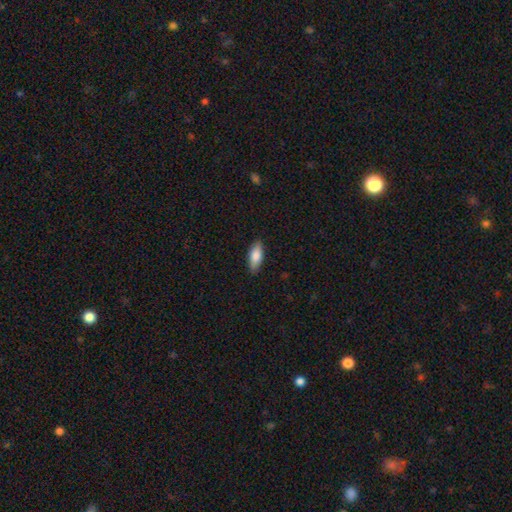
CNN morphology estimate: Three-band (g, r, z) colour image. It shows a smooth galaxy with no disk features (81%) that is in between round and cigar-shaped (78%). Merging: none (87%).